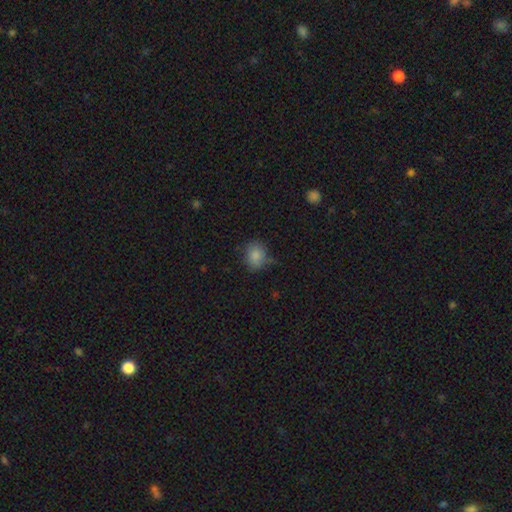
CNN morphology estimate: The model was most divided on "how rounded": round: 61%, in between: 38%, cigar-shaped: 1%. More confident: smooth or featured — smooth (84%); merging — none (67%).